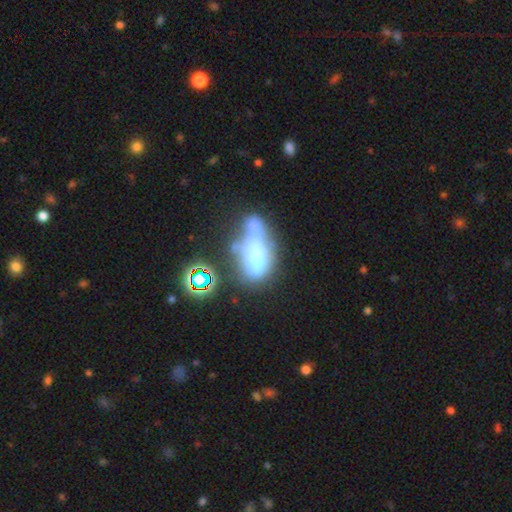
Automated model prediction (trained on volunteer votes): Smooth or featured? Predicted: featured or disk (p=0.47). Merging? Predicted: merger (p=0.38).